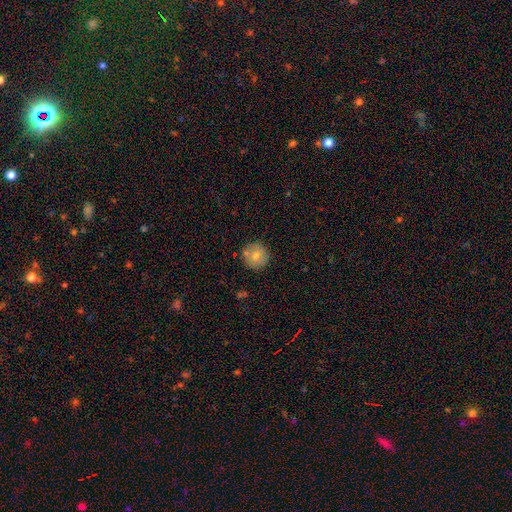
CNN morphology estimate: A smooth galaxy with no disk features (75%) that is round (95%).

Vote fractions:
- Smooth or featured? smooth: 75% / featured or disk: 16% / star or artifact: 9%
- How rounded? round: 95% / in between: 4% / cigar-shaped: 1%
- Merging? none: 83% / minor disturbance: 9% / merger: 6% / major disturbance: 2%